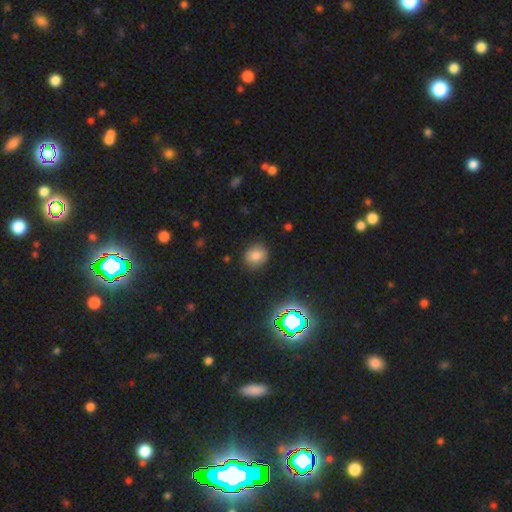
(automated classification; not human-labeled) smooth-or-featured: smooth: 76% | star or artifact: 16% | featured or disk: 8%
  how-rounded: round: 77% | in between: 22% | cigar-shaped: 1%
  merging: none: 86% | minor disturbance: 10% | major disturbance: 3% | merger: 1%